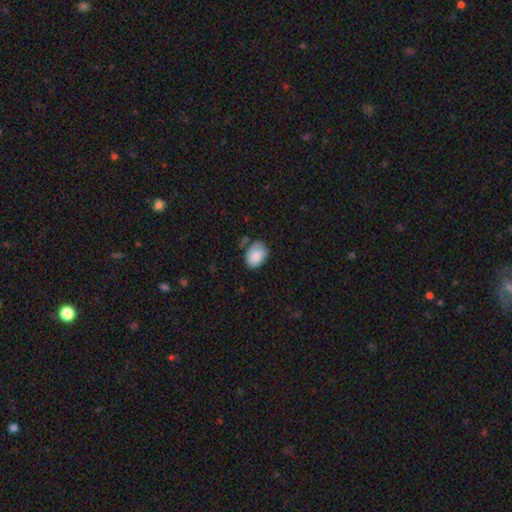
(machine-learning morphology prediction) Smooth or featured?
  - smooth: 85% *
  - featured or disk: 8%
  - star or artifact: 7%
How rounded?
  - in between: 77% *
  - round: 22%
  - cigar-shaped: 1%
Merging?
  - none: 61% *
  - minor disturbance: 27%
  - merger: 6%
  - major disturbance: 6%